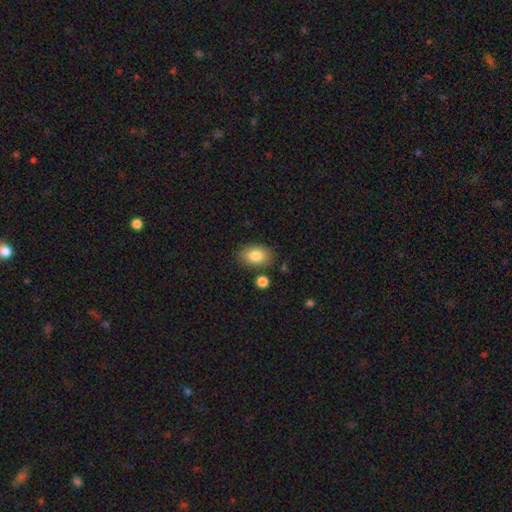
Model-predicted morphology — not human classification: Smooth or featured?
  - smooth: 83% *
  - featured or disk: 9%
  - star or artifact: 8%
How rounded?
  - in between: 85% *
  - round: 14%
  - cigar-shaped: 1%
Merging?
  - none: 81% *
  - minor disturbance: 11%
  - merger: 4%
  - major disturbance: 3%